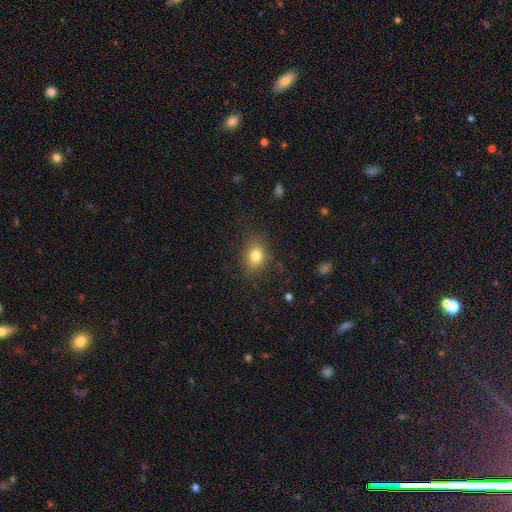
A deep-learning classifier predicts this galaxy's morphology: Smooth or featured? smooth (80%)
How rounded? in between (54%)
Merging? none (81%)